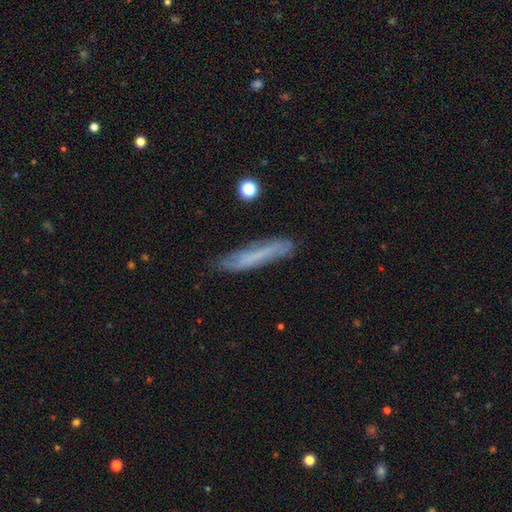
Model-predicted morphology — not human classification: A smooth galaxy with no disk features (56%) that is cigar-shaped (89%).

Vote fractions:
- Smooth or featured? smooth: 56% / featured or disk: 35% / star or artifact: 9%
- How rounded? cigar-shaped: 89% / in between: 9% / round: 2%
- Merging? none: 75% / minor disturbance: 18% / major disturbance: 5% / merger: 2%